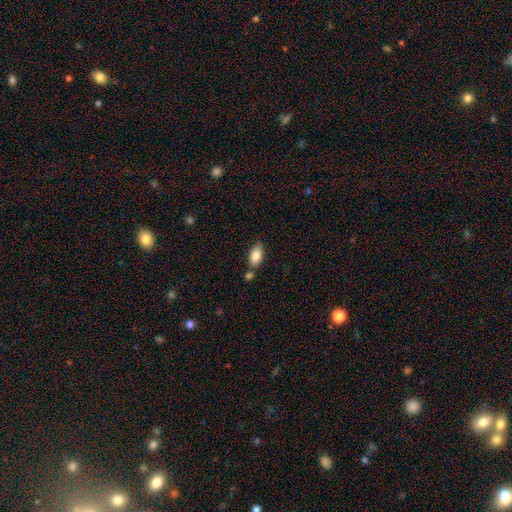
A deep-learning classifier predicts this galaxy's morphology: This is clearly a smooth galaxy (84%). How rounded: clearly in between (92%). Merging: likely none (67%).